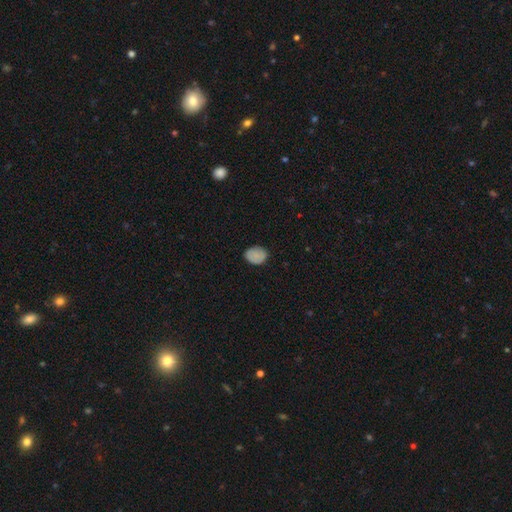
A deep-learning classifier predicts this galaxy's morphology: Smooth or featured? Predicted: smooth (p=0.83). How rounded? Predicted: in between (p=0.59). Merging? Predicted: none (p=0.80).